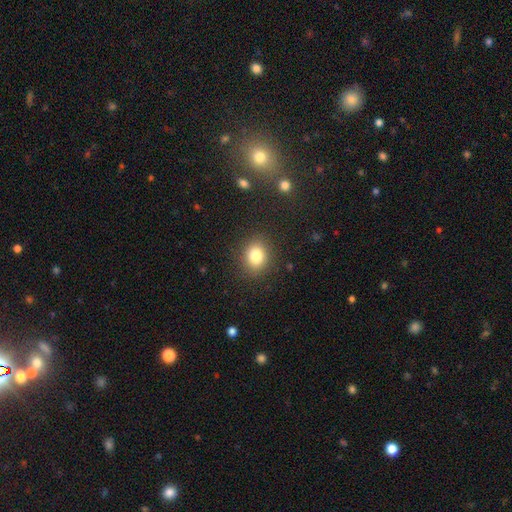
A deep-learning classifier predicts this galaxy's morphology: Smooth or featured?
  - smooth: 82% *
  - star or artifact: 11%
  - featured or disk: 7%
How rounded?
  - round: 60% *
  - in between: 39%
  - cigar-shaped: 1%
Merging?
  - none: 87% *
  - minor disturbance: 9%
  - major disturbance: 3%
  - merger: 1%